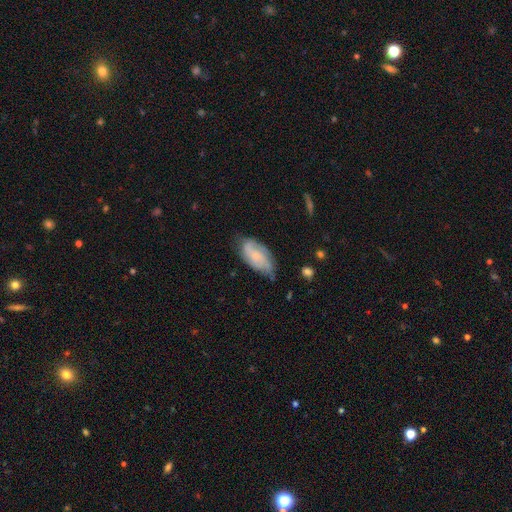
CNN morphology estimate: Smooth or featured? Predicted: featured or disk (p=0.50). Edge-on disk? Predicted: no (p=0.93). Merging? Predicted: none (p=0.55).